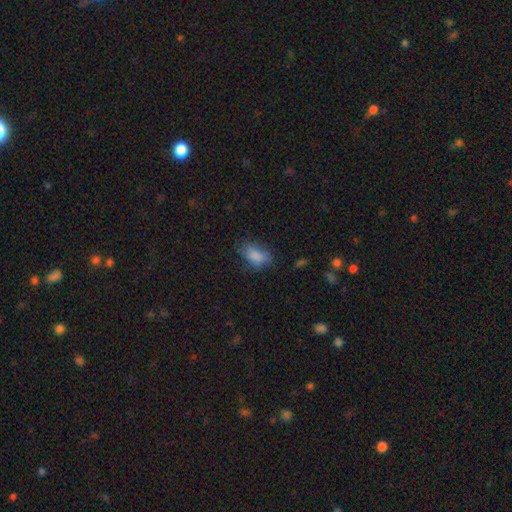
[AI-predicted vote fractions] This appears to be a smooth galaxy with no disk features (83%) that is in between round and cigar-shaped (89%). Merging: none (61%).